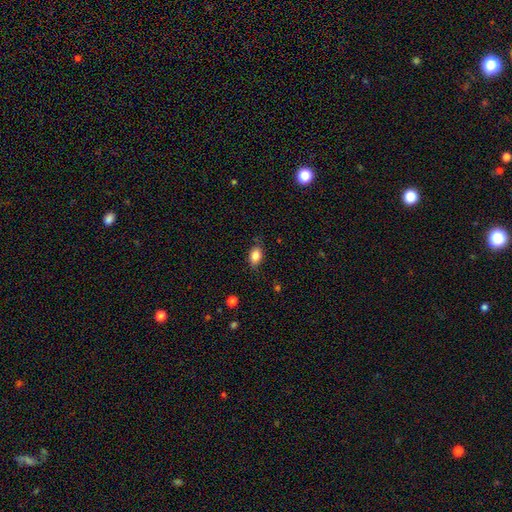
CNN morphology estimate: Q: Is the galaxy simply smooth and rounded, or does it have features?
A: smooth — 84%.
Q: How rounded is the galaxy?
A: in between — 84%.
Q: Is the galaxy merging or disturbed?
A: none — 81%.